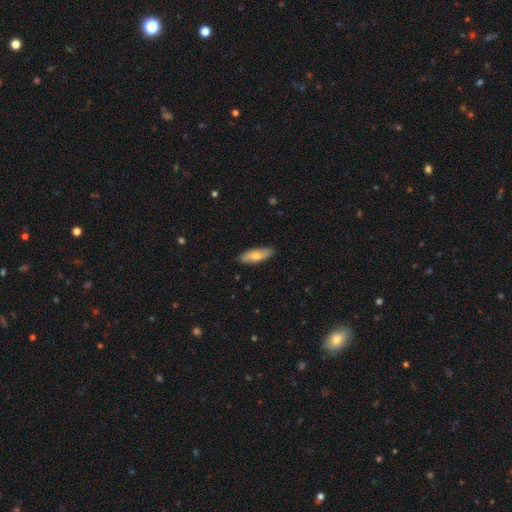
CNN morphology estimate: Q: Smooth or featured?
A: smooth (67%); runner-up: featured or disk (28%)
Q: How rounded?
A: in between (64%); runner-up: cigar-shaped (34%)
Q: Merging?
A: none (86%); runner-up: minor disturbance (11%)